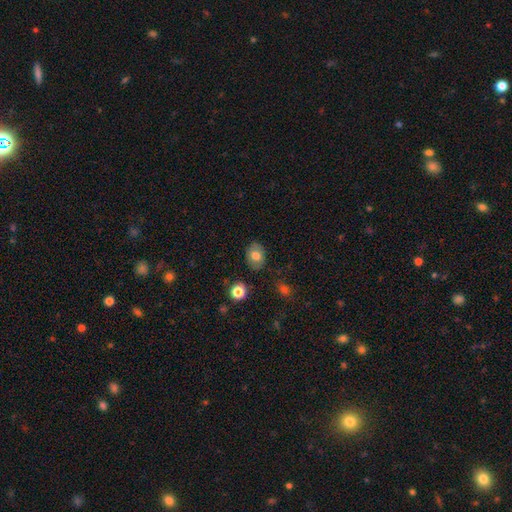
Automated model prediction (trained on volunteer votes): Overall: smooth (75%). How rounded: in between (67%; round 32%). Merging: none (82%).